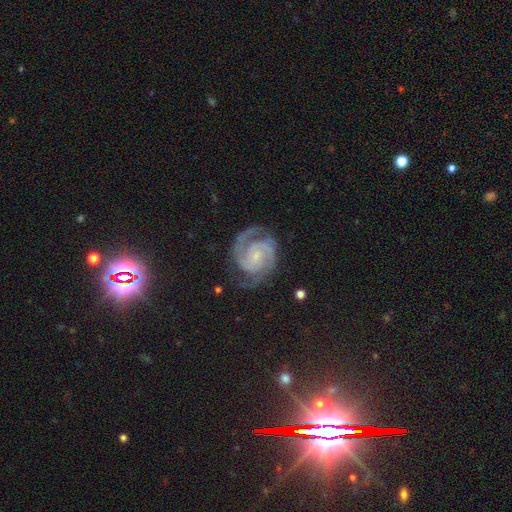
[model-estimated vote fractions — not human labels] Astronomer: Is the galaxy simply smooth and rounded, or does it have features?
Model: featured or disk — 91%.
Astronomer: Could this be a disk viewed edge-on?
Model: no — 98%.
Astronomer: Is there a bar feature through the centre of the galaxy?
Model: no — 62%.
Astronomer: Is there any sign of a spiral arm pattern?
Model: yes — 98%.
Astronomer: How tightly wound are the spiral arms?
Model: tight — 58% (runner-up: medium, 37%).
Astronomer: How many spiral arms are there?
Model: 2 — 82%.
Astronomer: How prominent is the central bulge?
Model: small — 72%.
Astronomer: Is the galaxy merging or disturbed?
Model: none — 76%.